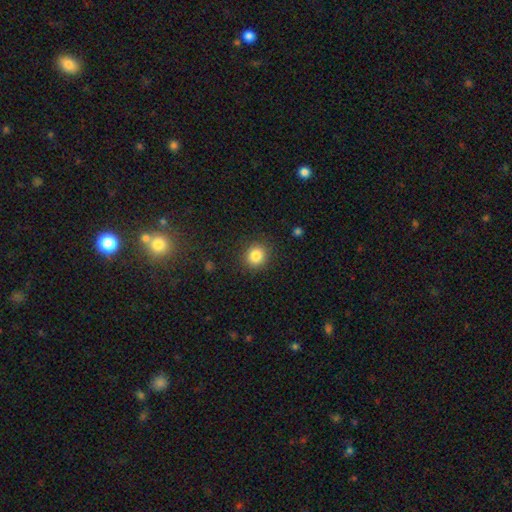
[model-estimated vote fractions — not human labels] Overall: smooth (85%). How rounded: round (87%). Merging: none (88%).